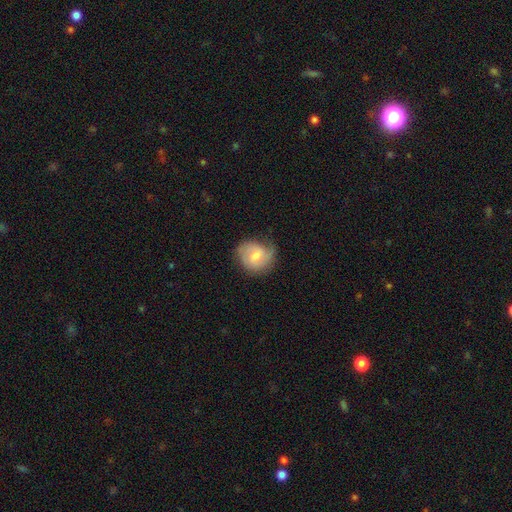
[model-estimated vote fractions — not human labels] Smooth or featured?
  - featured or disk: 49% *
  - smooth: 44%
  - star or artifact: 7%
Merging?
  - none: 59% *
  - minor disturbance: 29%
  - major disturbance: 11%
  - merger: 1%